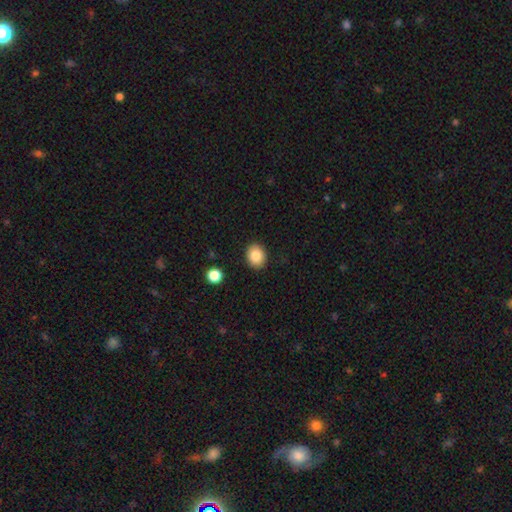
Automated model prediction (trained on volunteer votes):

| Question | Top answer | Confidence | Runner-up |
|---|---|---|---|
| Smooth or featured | smooth | 84% | star or artifact (9%) |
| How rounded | round | 54% | in between (45%) |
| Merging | none | 90% | minor disturbance (6%) |